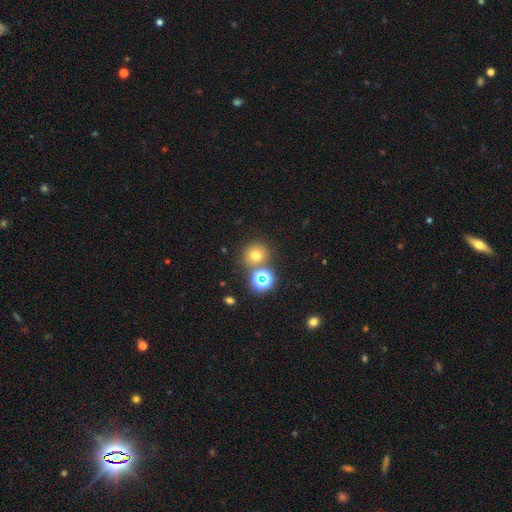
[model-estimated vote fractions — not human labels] Smooth or featured?
  - smooth: 65% *
  - star or artifact: 25%
  - featured or disk: 10%
How rounded?
  - round: 89% *
  - in between: 10%
  - cigar-shaped: 1%
Merging?
  - none: 73% *
  - merger: 16%
  - minor disturbance: 8%
  - major disturbance: 4%